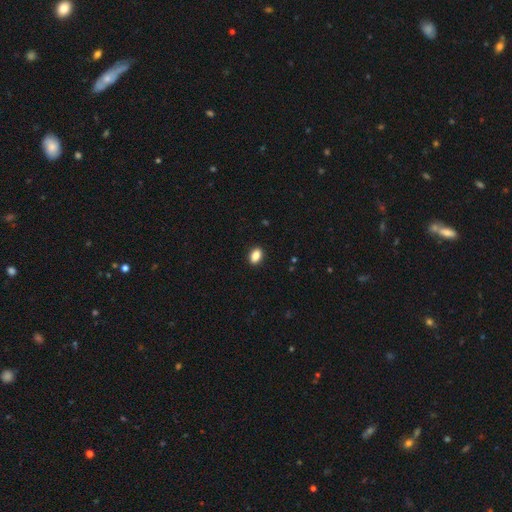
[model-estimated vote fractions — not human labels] Smooth or featured?
  - smooth: 87% *
  - star or artifact: 8%
  - featured or disk: 4%
How rounded?
  - in between: 86% *
  - round: 12%
  - cigar-shaped: 2%
Merging?
  - none: 91% *
  - minor disturbance: 7%
  - major disturbance: 2%
  - merger: 1%